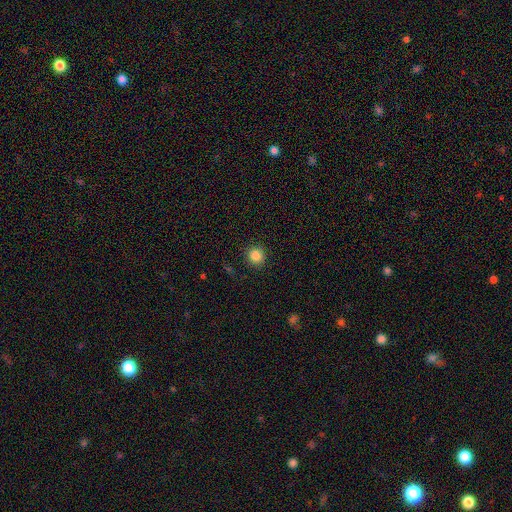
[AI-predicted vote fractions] A smooth galaxy with no disk features (85%) that is round (93%).

Vote fractions:
- Smooth or featured? smooth: 85% / star or artifact: 11% / featured or disk: 4%
- How rounded? round: 93% / in between: 6% / cigar-shaped: 1%
- Merging? none: 91% / minor disturbance: 6% / major disturbance: 2% / merger: 1%